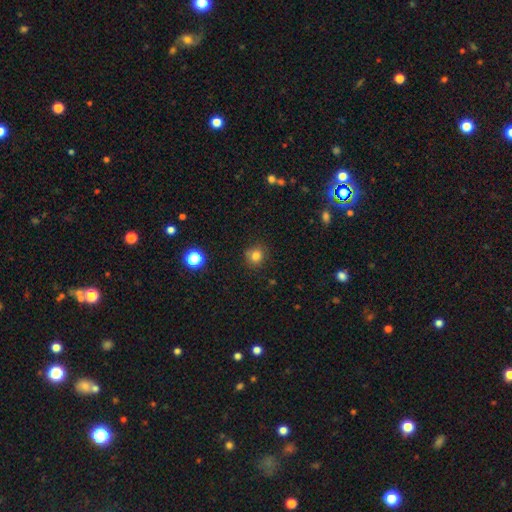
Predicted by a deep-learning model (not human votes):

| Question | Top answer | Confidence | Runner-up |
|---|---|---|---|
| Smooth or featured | smooth | 81% | star or artifact (14%) |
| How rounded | round | 87% | in between (12%) |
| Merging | none | 84% | minor disturbance (11%) |